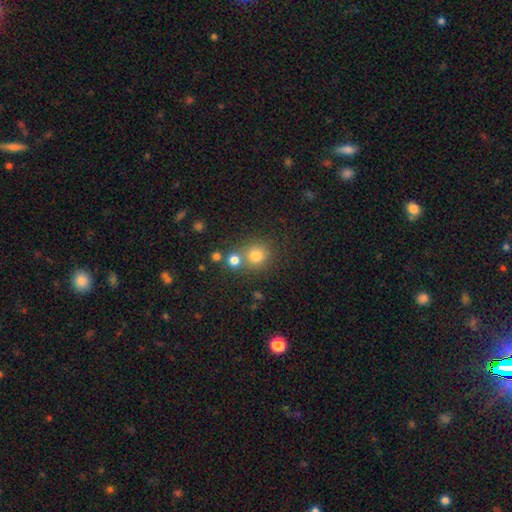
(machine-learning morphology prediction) The model was most divided on "merging": none: 63%, merger: 26%, minor disturbance: 8%, major disturbance: 3%. More confident: how rounded — round (89%); smooth or featured — smooth (77%).